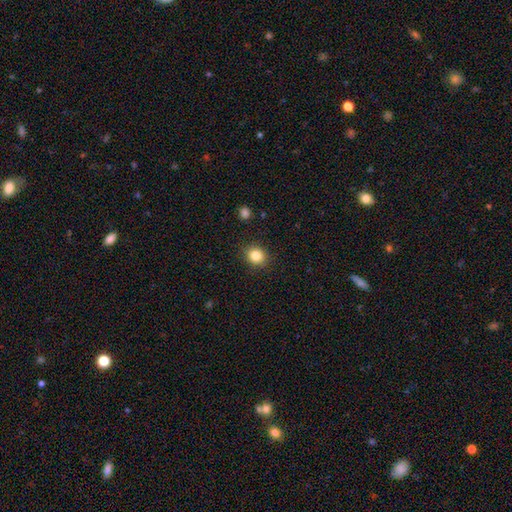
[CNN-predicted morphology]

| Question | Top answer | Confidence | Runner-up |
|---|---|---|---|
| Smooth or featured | smooth | 84% | star or artifact (11%) |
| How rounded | round | 75% | in between (24%) |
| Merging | none | 89% | minor disturbance (7%) |